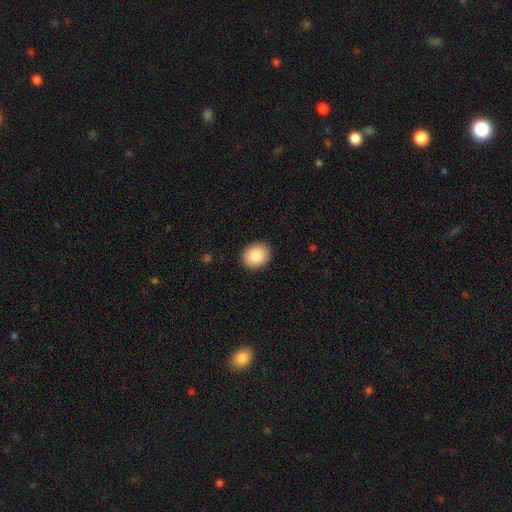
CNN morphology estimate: Smooth or featured? smooth (87%)
How rounded? round (62%)
Merging? none (90%)